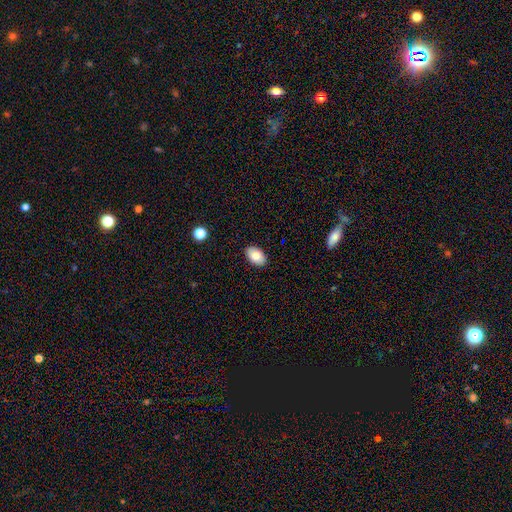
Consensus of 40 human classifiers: smooth-or-featured: smooth: 78% | featured or disk: 15% | star or artifact: 8%
  how-rounded: in between: 100% | round: 0% | cigar-shaped: 0%
  merging: none: 84% | minor disturbance: 14% | merger: 3% | major disturbance: 0%